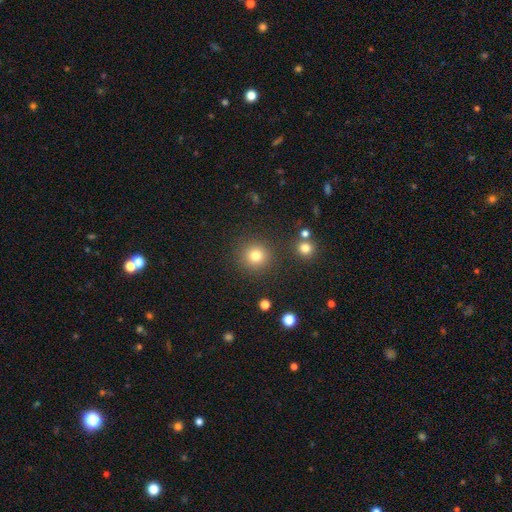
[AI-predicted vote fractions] Smooth or featured? Predicted: smooth (p=0.80). How rounded? Predicted: round (p=0.94). Merging? Predicted: none (p=0.87).